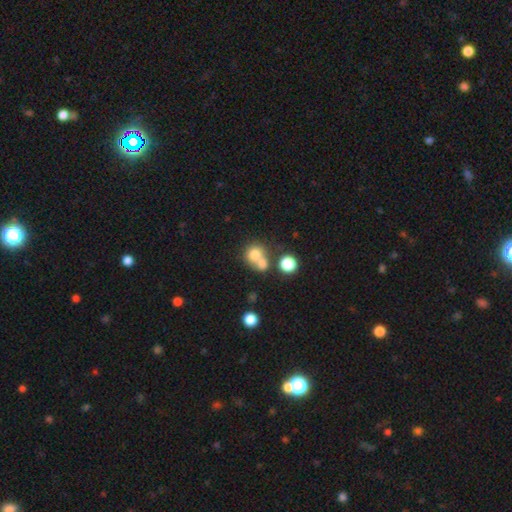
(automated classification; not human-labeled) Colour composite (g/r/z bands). It shows a smooth galaxy with no disk features (74%) that is round (79%). Merging: merger (50%).